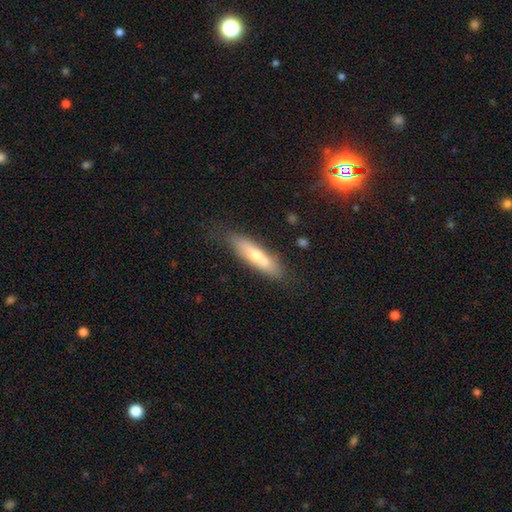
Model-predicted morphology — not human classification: Overall: smooth (55%; featured or disk 37%). How rounded: cigar-shaped (64%; in between 33%). Merging: none (60%).